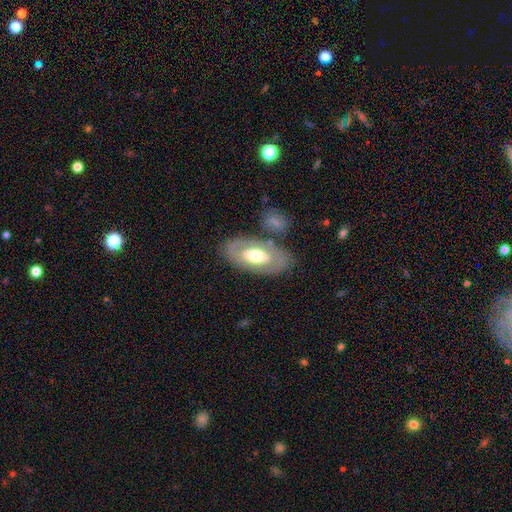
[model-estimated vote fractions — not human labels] featured or disk 51%, smooth 43%, star or artifact 6%. Down the decision tree: edge-on disk — no (86%); merging — none (73%).